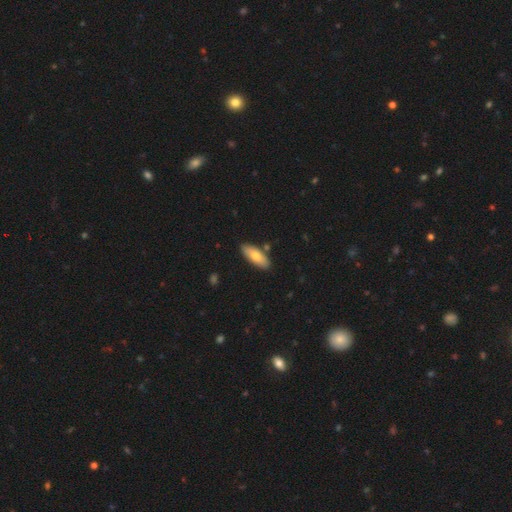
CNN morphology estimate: type=smooth (73%); roundness=in between (71%); merging=none (85%).